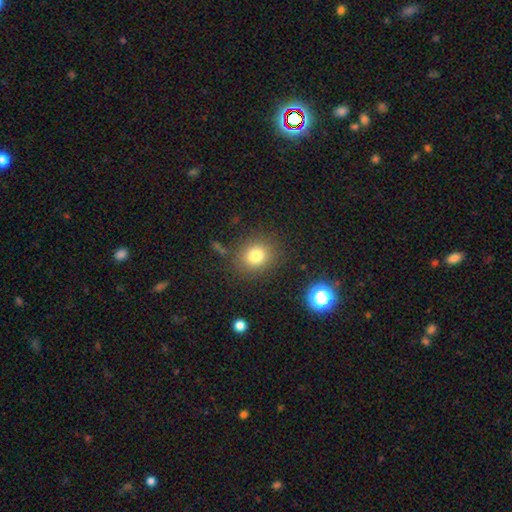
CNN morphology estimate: smooth_or_featured: smooth (p=0.79) [alt: star or artifact p=0.13]
how_rounded: round (p=0.74) [alt: in between p=0.25]
merging: none (p=0.85) [alt: minor disturbance p=0.09]